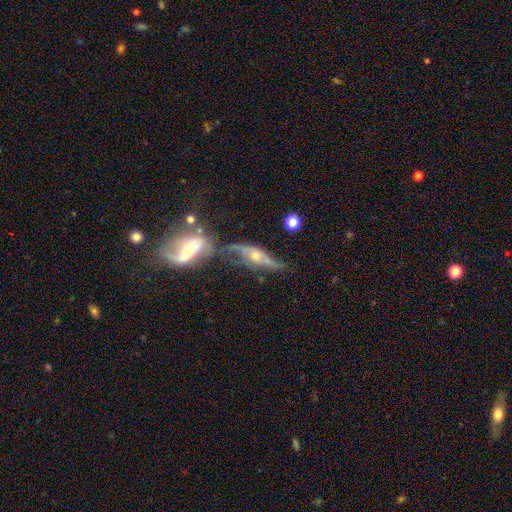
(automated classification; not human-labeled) Smooth or featured? Predicted: featured or disk (p=0.77). Edge-on disk? Predicted: no (p=0.65). Bar? Predicted: no (p=0.56). Spiral arms? Predicted: yes (p=0.81). Bulge size? Predicted: moderate (p=0.48). Merging? Predicted: merger (p=0.39).